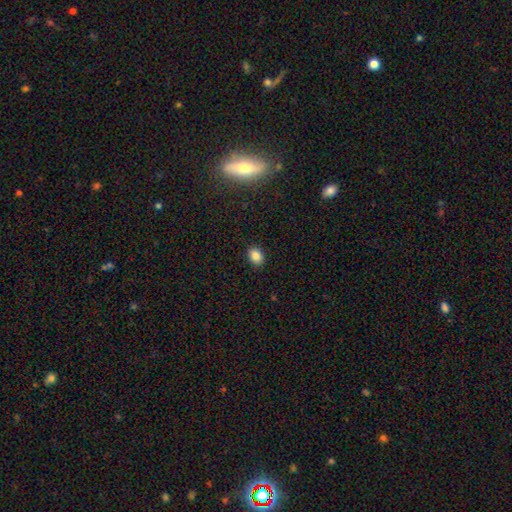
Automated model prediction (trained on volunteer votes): This appears to be a smooth galaxy with no disk features (85%) that is in between round and cigar-shaped (69%). Merging: none (89%).